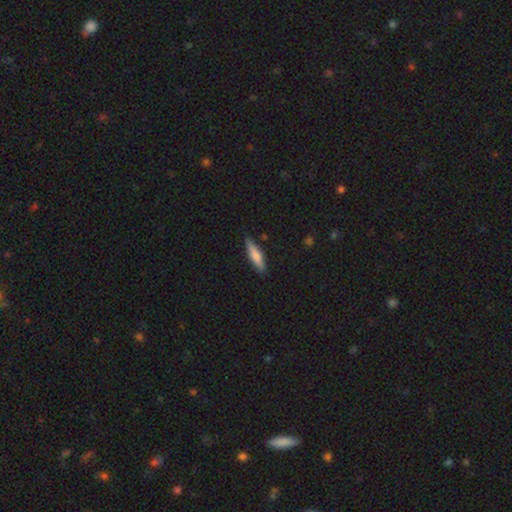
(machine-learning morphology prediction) A smooth galaxy with no disk features (71%) that is cigar-shaped (73%).

Vote fractions:
- Smooth or featured? smooth: 71% / featured or disk: 23% / star or artifact: 6%
- How rounded? cigar-shaped: 73% / in between: 25% / round: 2%
- Merging? none: 84% / minor disturbance: 13% / major disturbance: 2% / merger: 1%